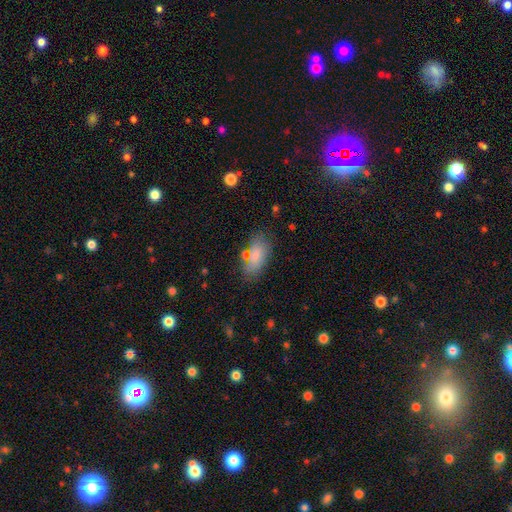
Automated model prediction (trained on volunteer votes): Q: Smooth or featured?
A: smooth (83%); runner-up: featured or disk (10%)
Q: How rounded?
A: in between (91%); runner-up: cigar-shaped (5%)
Q: Merging?
A: none (69%); runner-up: minor disturbance (18%)